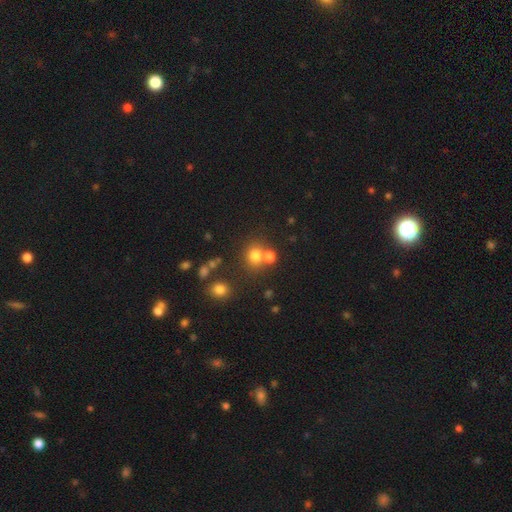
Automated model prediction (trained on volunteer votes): This appears to be a smooth galaxy with no disk features (75%) that is round (79%). Merging: none (58%).